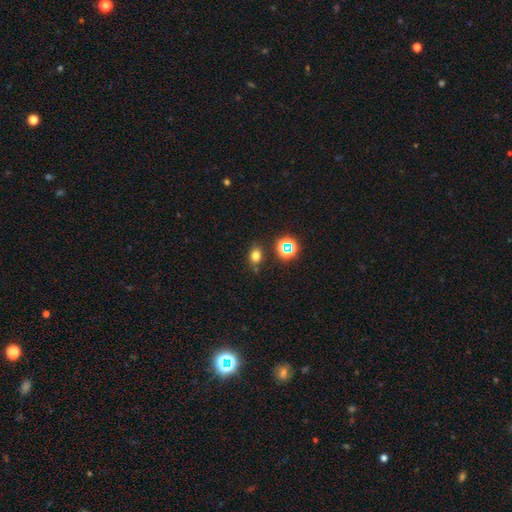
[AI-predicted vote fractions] This is likely a smooth galaxy (71%). How rounded: possibly in between (55%). Merging: likely none (77%).